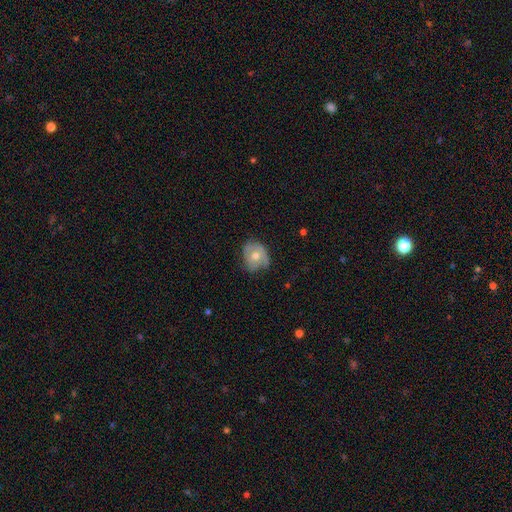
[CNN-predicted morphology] The model was most divided on "smooth or featured": featured or disk: 50%, smooth: 43%, star or artifact: 8%. More confident: merging — none (60%).